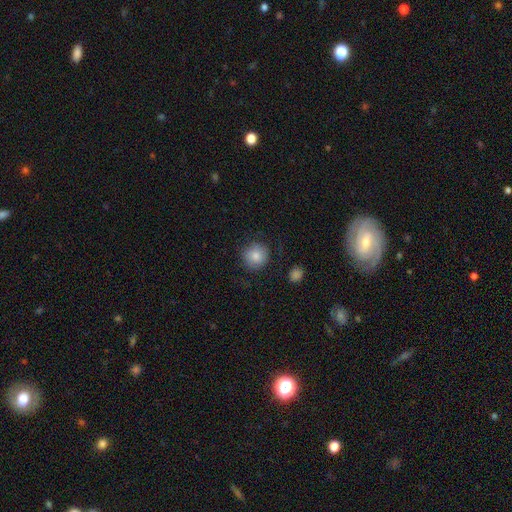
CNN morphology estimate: smooth-or-featured: smooth: 84% | star or artifact: 9% | featured or disk: 8%
  how-rounded: round: 92% | in between: 7% | cigar-shaped: 1%
  merging: none: 83% | minor disturbance: 12% | major disturbance: 4% | merger: 2%